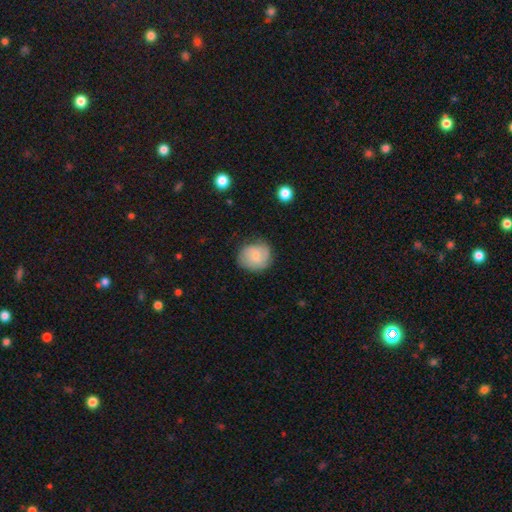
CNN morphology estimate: smooth_or_featured: smooth (p=0.59) [alt: featured or disk p=0.34]
how_rounded: round (p=0.76) [alt: in between p=0.23]
merging: none (p=0.71) [alt: minor disturbance p=0.22]